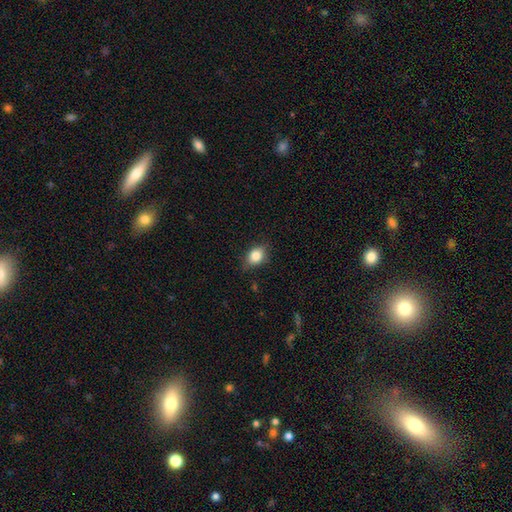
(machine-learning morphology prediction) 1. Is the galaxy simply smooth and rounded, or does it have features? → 84% smooth, 9% star or artifact, 7% featured or disk.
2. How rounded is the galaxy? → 66% in between, 32% round, 2% cigar-shaped.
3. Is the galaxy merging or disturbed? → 77% none, 18% minor disturbance, 3% major disturbance, 1% merger.